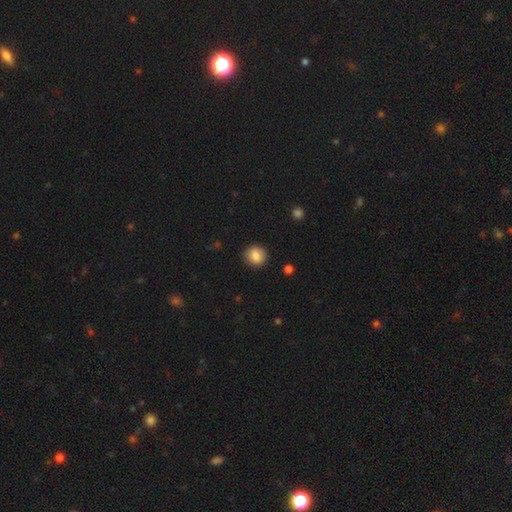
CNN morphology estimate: This is clearly a smooth galaxy (85%). How rounded: clearly round (84%). Merging: clearly none (90%).